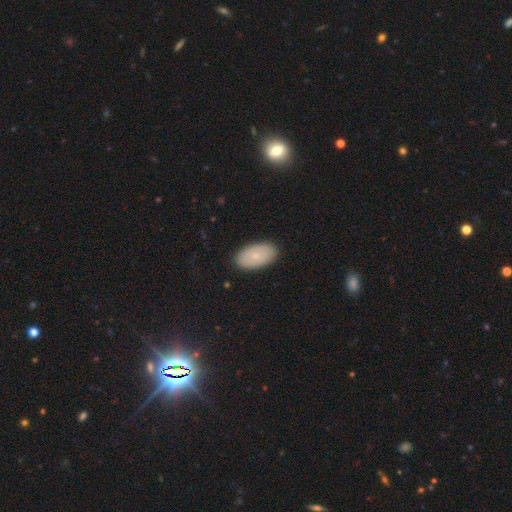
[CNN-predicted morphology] A smooth galaxy with no disk features (74%) that is in between round and cigar-shaped (95%). Merging: none (88%).